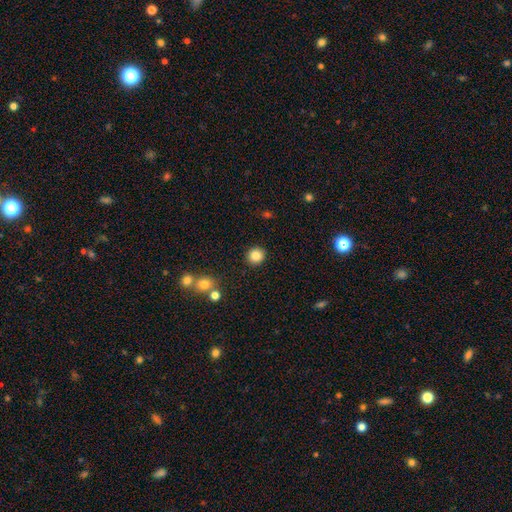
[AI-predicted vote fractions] The model was most divided on "smooth or featured": smooth: 85%, star or artifact: 10%, featured or disk: 5%. More confident: how rounded — round (91%); merging — none (90%).